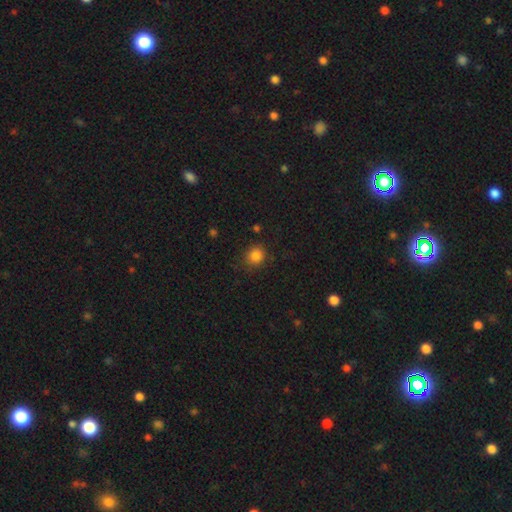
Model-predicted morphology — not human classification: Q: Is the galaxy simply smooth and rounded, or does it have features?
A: smooth — 84%.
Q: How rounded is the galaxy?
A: round — 81%.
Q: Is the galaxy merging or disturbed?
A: none — 84%.